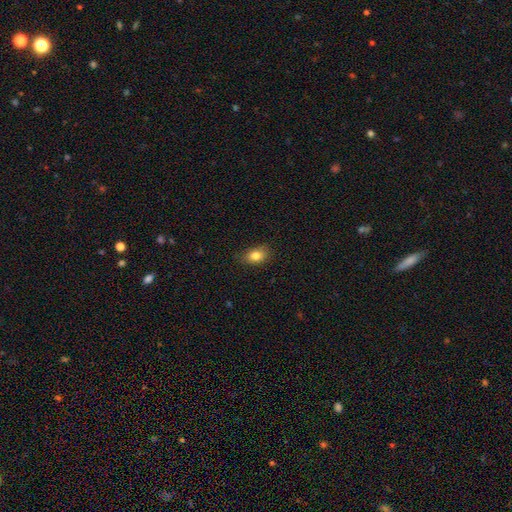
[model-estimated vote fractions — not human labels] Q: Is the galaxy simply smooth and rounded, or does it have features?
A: smooth — 82%.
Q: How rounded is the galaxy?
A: in between — 79%.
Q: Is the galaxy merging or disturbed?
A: none — 79%.